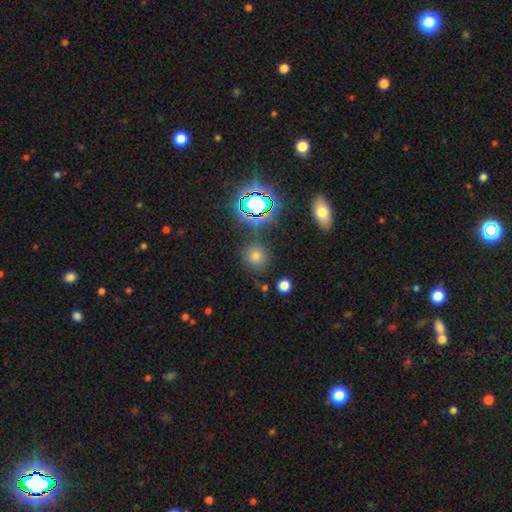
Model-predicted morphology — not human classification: Overall: smooth (58%; star or artifact 33%). How rounded: round (87%). Merging: none (83%).